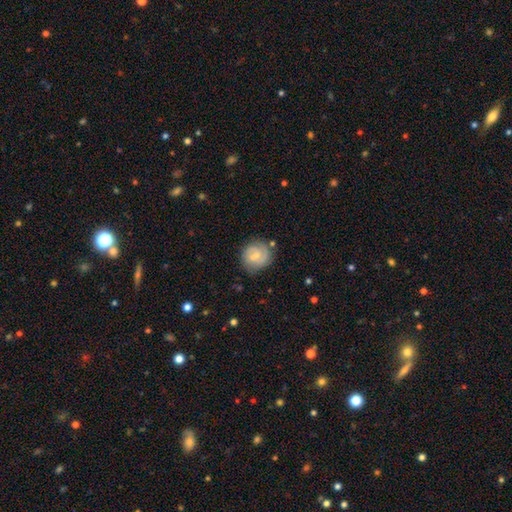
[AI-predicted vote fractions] The model was most divided on "bar": weak: 49%, no: 41%, strong: 10%. More confident: edge-on disk — no (98%); spiral arms — yes (81%); merging — none (69%); bulge size — small (59%); smooth or featured — featured or disk (54%).